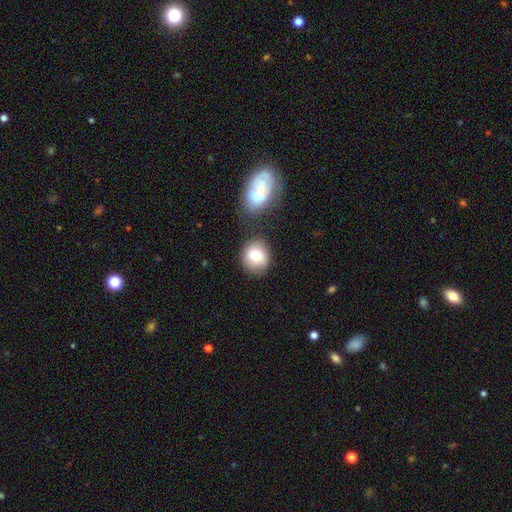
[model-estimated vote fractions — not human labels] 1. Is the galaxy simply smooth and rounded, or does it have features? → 77% smooth, 14% featured or disk, 9% star or artifact.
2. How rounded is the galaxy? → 82% round, 17% in between, 1% cigar-shaped.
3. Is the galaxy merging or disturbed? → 76% none, 12% minor disturbance, 9% merger, 3% major disturbance.